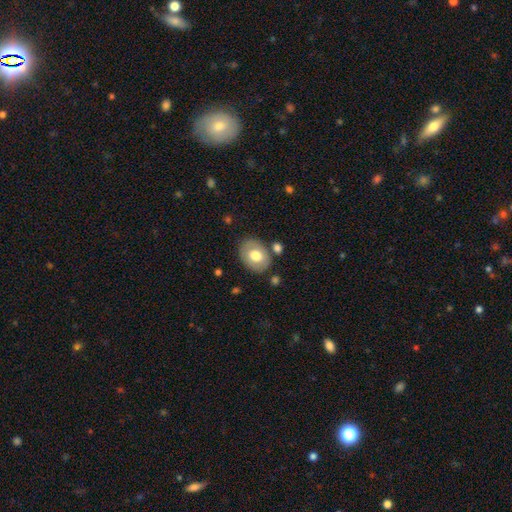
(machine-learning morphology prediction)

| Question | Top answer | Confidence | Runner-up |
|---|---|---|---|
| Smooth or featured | smooth | 65% | featured or disk (29%) |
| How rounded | in between | 67% | round (32%) |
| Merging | none | 77% | minor disturbance (14%) |